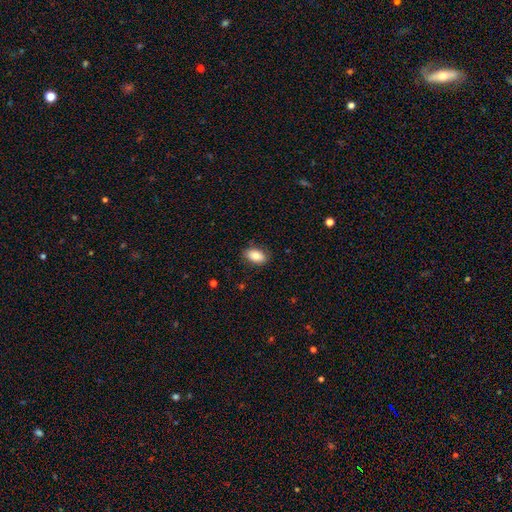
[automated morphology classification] type=smooth (82%); roundness=in between (92%); merging=none (85%).